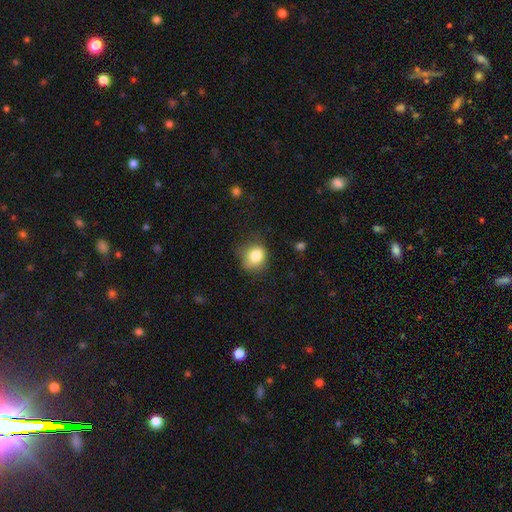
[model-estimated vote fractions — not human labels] smooth_or_featured: smooth (p=0.82) [alt: star or artifact p=0.10]
how_rounded: round (p=0.71) [alt: in between p=0.28]
merging: none (p=0.62) [alt: minor disturbance p=0.27]